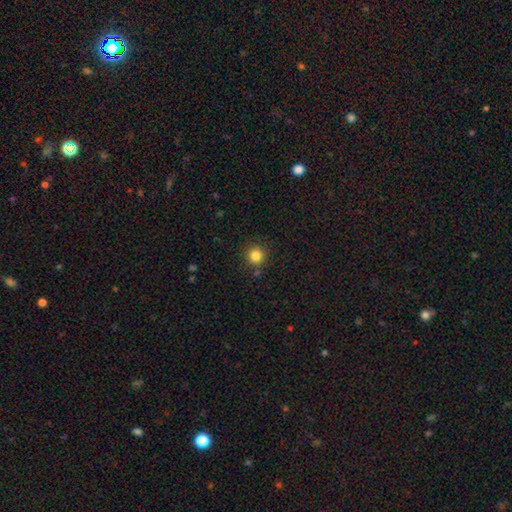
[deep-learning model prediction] This appears to be a smooth galaxy with no disk features (84%) that is round (94%). Merging: none (86%).